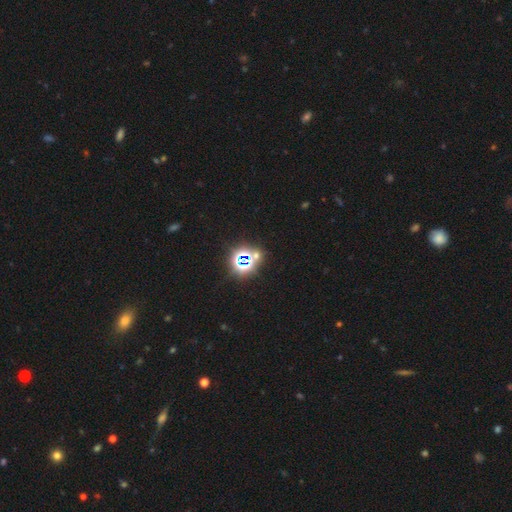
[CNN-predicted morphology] star or artifact 71%, smooth 21%, featured or disk 9%.